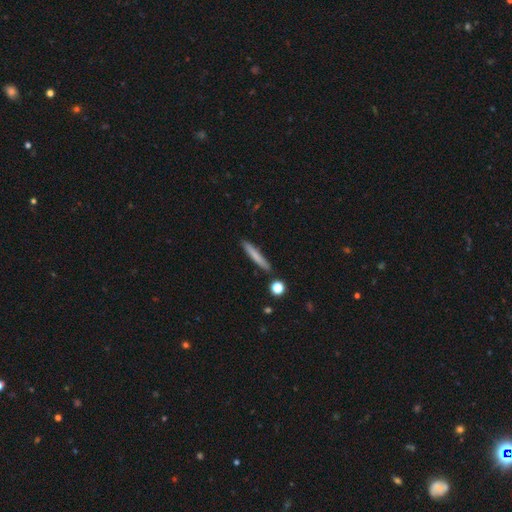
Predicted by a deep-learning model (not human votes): smooth-or-featured: smooth: 74% | featured or disk: 20% | star or artifact: 6%
  how-rounded: cigar-shaped: 95% | in between: 4% | round: 2%
  merging: none: 88% | minor disturbance: 7% | merger: 3% | major disturbance: 2%